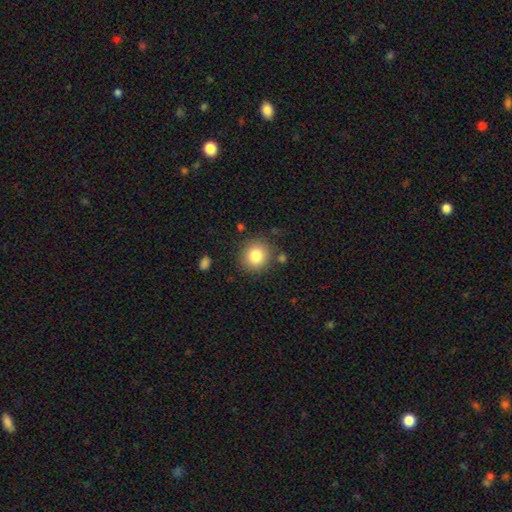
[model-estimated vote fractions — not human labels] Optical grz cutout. It shows a smooth galaxy with no disk features (82%) that is round (90%). Merging: none (85%).